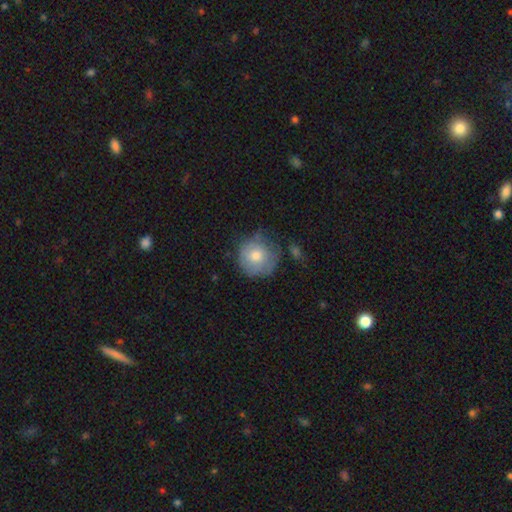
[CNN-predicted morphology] type=smooth (72%); roundness=round (92%); merging=none (62%).